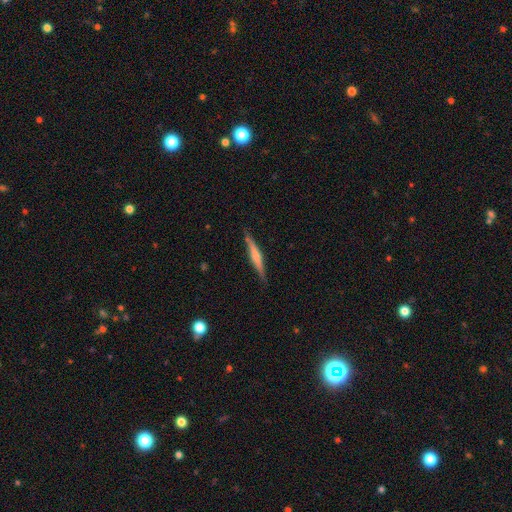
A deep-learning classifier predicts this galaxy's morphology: Smooth or featured: featured or disk — 55% (smooth — 39%)
Edge-on disk: yes — 97% (no — 3%)
Edge-on bulge: rounded — 46% (none — 31%)
Merging: none — 86% (minor disturbance — 11%)